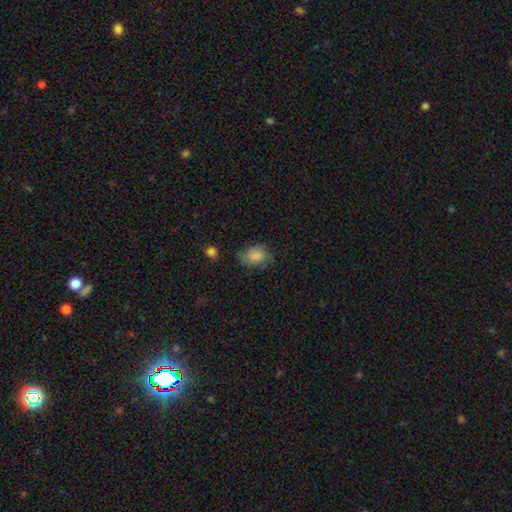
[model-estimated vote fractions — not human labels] A smooth galaxy with no disk features (81%) that is in between round and cigar-shaped (64%). Merging: none (59%).